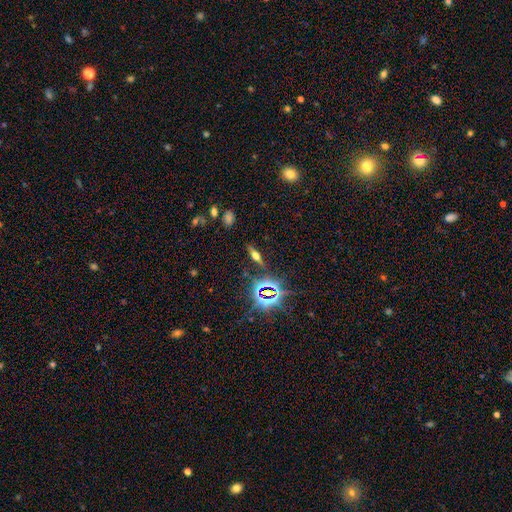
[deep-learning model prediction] Smooth or featured: featured or disk — 42% (smooth — 29%)
Merging: none — 86% (minor disturbance — 9%)